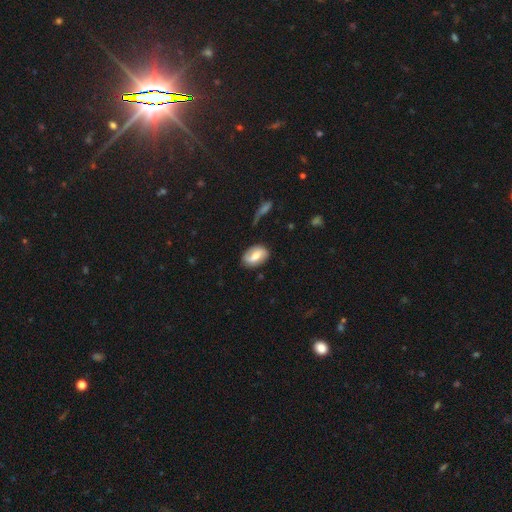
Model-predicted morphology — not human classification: This is possibly a smooth galaxy (51%). How rounded: clearly in between (84%). Merging: likely none (76%).